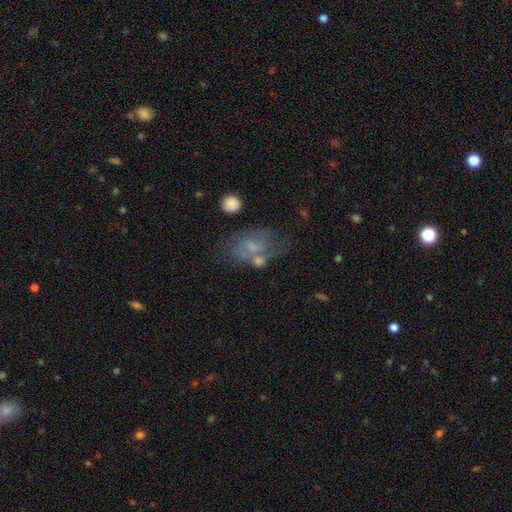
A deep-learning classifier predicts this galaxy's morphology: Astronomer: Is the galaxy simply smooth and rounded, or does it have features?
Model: featured or disk — 49% (runner-up: smooth, 39%).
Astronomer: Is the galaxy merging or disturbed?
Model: none — 39% (runner-up: minor disturbance, 22%).